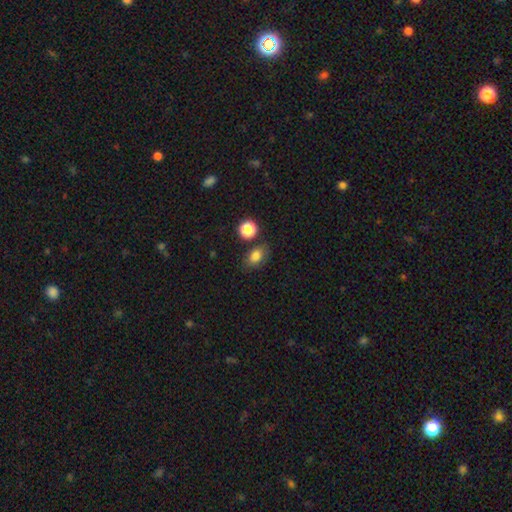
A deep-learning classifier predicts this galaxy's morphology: This appears to be a smooth galaxy with no disk features (81%) that is in between round and cigar-shaped (72%). Merging: none (71%).